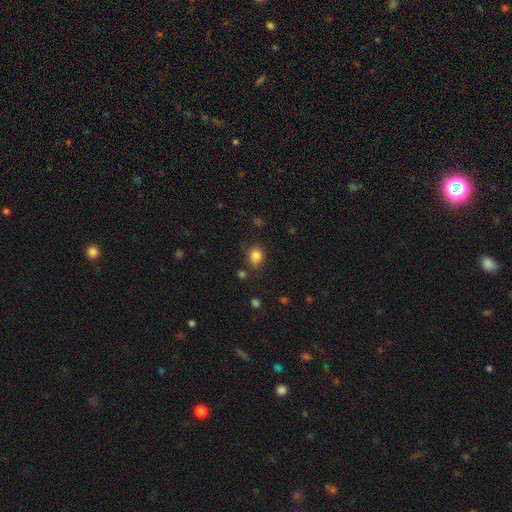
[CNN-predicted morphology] smooth 83%, star or artifact 11%, featured or disk 6%. Down the decision tree: how rounded — round (60%); merging — none (71%).